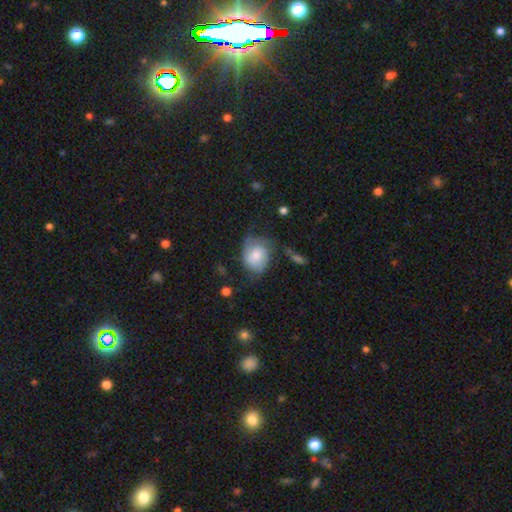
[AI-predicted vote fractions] A smooth galaxy with no disk features (61%) that is in between round and cigar-shaped (50%).

Vote fractions:
- Smooth or featured? smooth: 61% / featured or disk: 32% / star or artifact: 7%
- How rounded? in between: 50% / round: 49% / cigar-shaped: 1%
- Merging? none: 42% / minor disturbance: 33% / major disturbance: 21% / merger: 4%